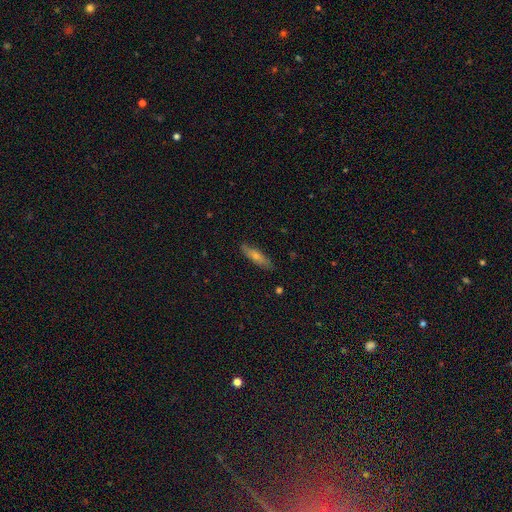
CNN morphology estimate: Q: Smooth or featured?
A: smooth (49%); runner-up: featured or disk (42%)
Q: Merging?
A: none (85%); runner-up: minor disturbance (12%)